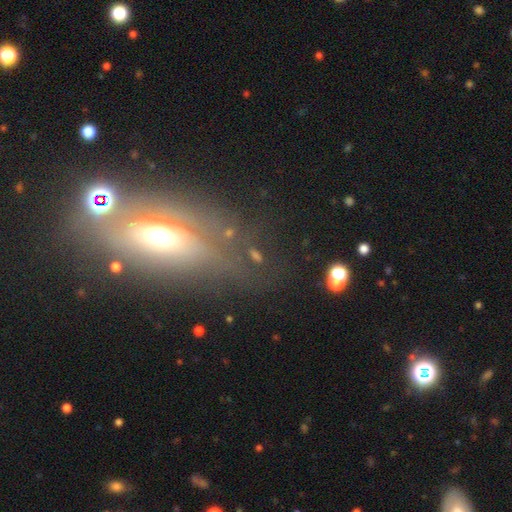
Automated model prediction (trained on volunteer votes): This appears to be a smooth galaxy with no disk features (41%). Merging: none (62%).